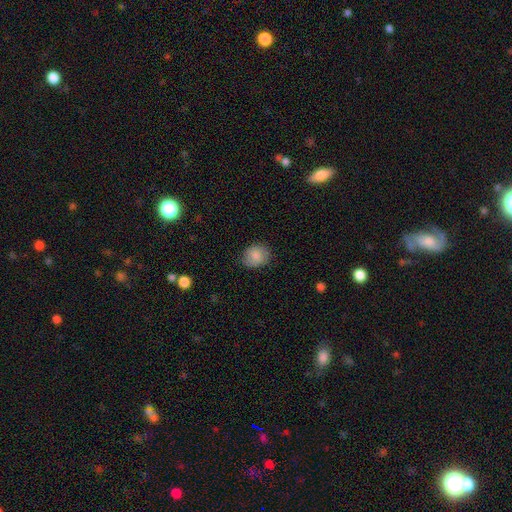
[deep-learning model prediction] Smooth or featured? Predicted: smooth (p=0.83). How rounded? Predicted: round (p=0.60). Merging? Predicted: none (p=0.79).